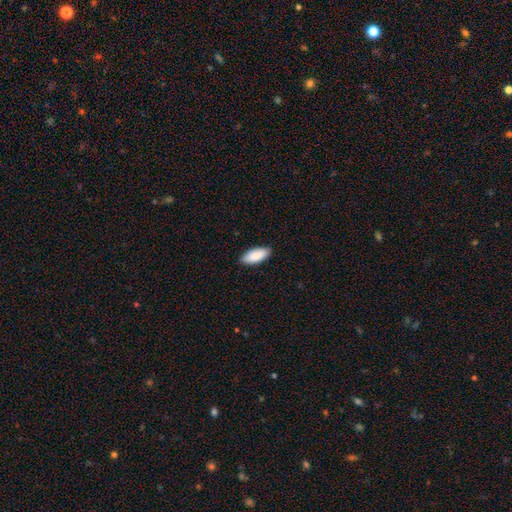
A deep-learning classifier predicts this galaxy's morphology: Smooth or featured? Predicted: smooth (p=0.90). How rounded? Predicted: in between (p=0.85). Merging? Predicted: none (p=0.88).